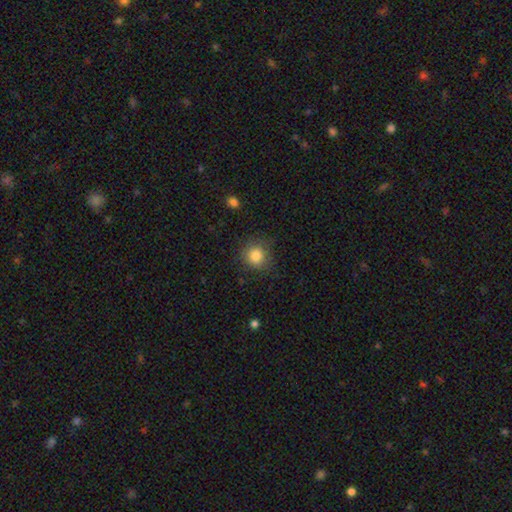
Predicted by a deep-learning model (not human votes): The model was most divided on "merging": none: 83%, minor disturbance: 12%, major disturbance: 4%, merger: 1%. More confident: how rounded — round (90%); smooth or featured — smooth (83%).